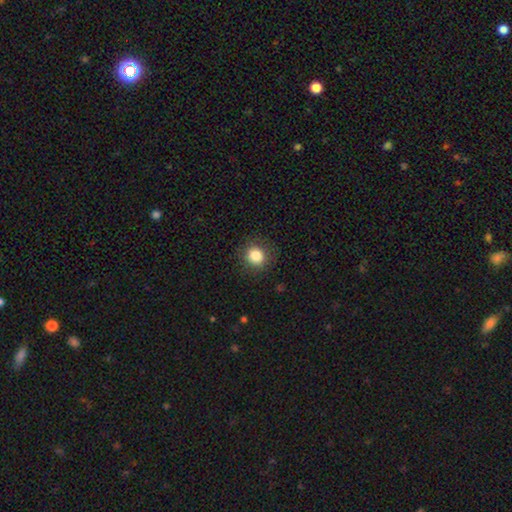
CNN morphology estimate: This is clearly a smooth galaxy (83%). How rounded: clearly round (90%). Merging: clearly none (88%).